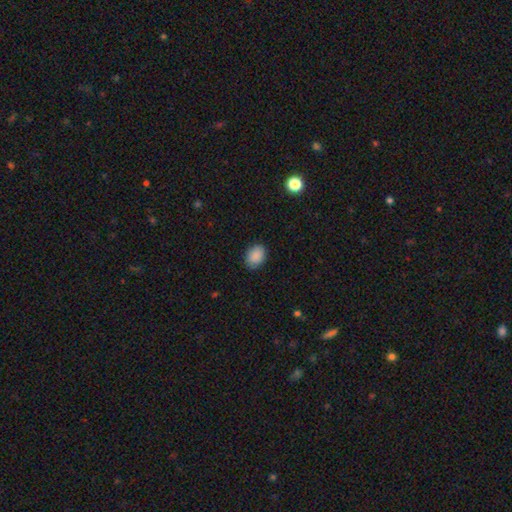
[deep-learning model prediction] Morphology: type=smooth (89%); roundness=in between (69%); merging=none (86%).